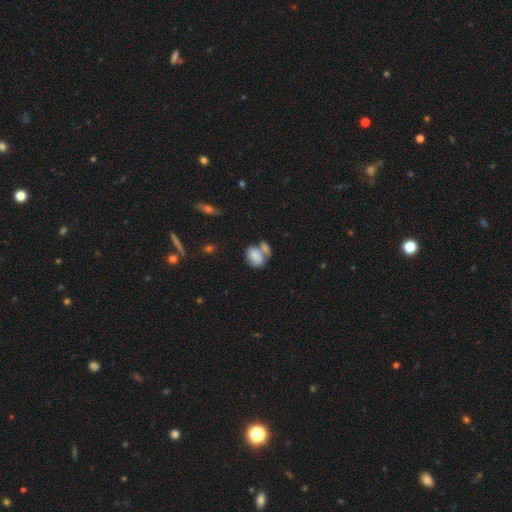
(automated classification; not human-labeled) This is clearly a smooth galaxy (80%). How rounded: likely in between (77%). Merging: possibly merger (48%).